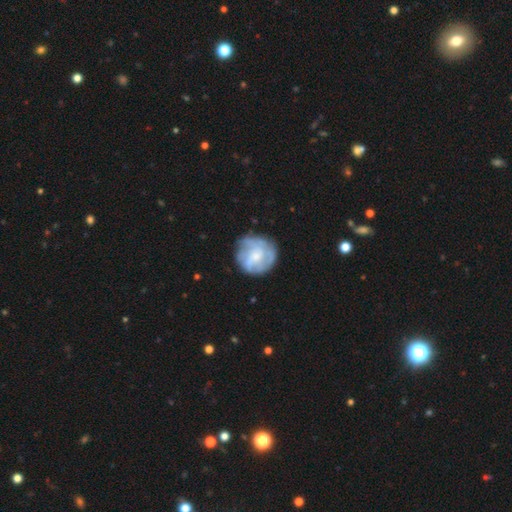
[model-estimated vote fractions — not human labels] Smooth or featured: featured or disk — 55% (smooth — 38%)
Edge-on disk: no — 97% (yes — 3%)
Bar: no — 69% (weak — 27%)
Spiral arms: yes — 66% (no — 34%)
Bulge size: small — 42% (moderate — 36%)
Merging: none — 70% (minor disturbance — 19%)